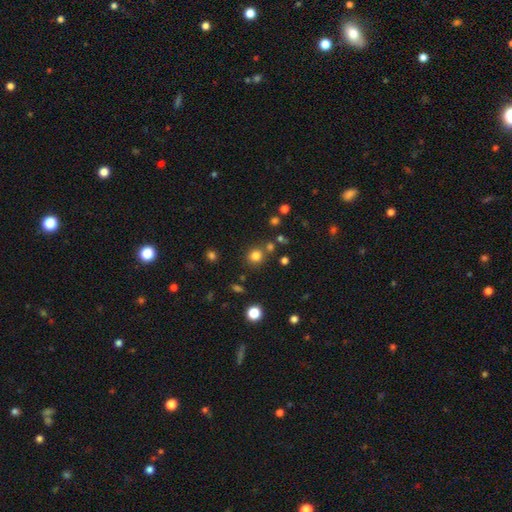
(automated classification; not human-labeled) Q: Smooth or featured?
A: smooth (79%); runner-up: star or artifact (15%)
Q: How rounded?
A: round (89%); runner-up: in between (10%)
Q: Merging?
A: none (77%); runner-up: merger (10%)